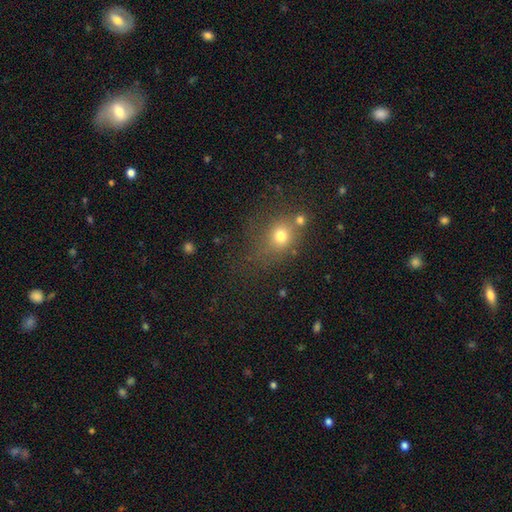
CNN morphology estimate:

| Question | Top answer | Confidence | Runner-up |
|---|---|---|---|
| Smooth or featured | smooth | 59% | star or artifact (30%) |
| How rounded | round | 70% | in between (28%) |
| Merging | none | 66% | minor disturbance (16%) |